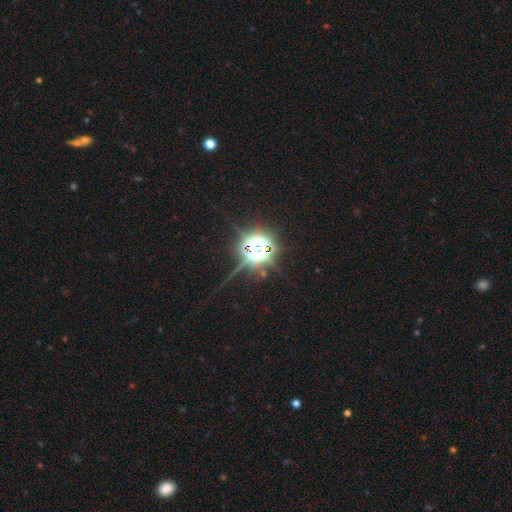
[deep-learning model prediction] This appears to be a star or artifact, not a galaxy (81%).